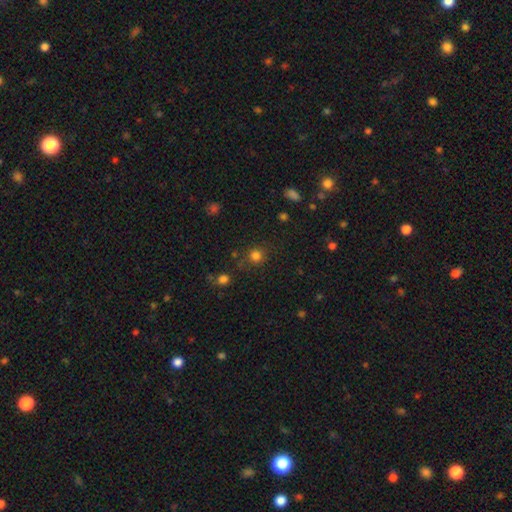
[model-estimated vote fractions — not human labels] A smooth galaxy with no disk features (79%) that is round (89%).

Vote fractions:
- Smooth or featured? smooth: 79% / star or artifact: 16% / featured or disk: 5%
- How rounded? round: 89% / in between: 9% / cigar-shaped: 1%
- Merging? none: 78% / minor disturbance: 12% / major disturbance: 6% / merger: 5%